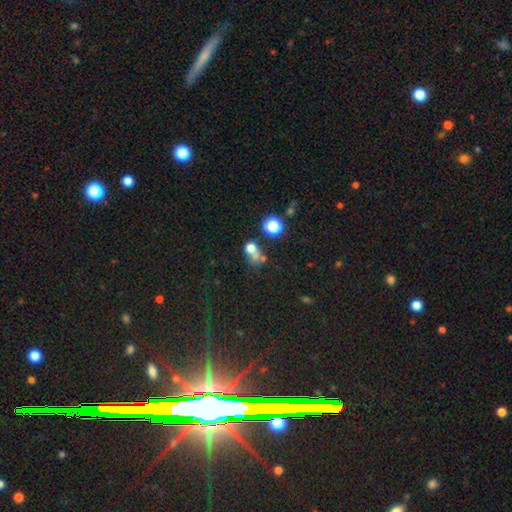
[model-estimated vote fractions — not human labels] The model was most divided on "merging": merger: 39%, none: 37%, minor disturbance: 13%, major disturbance: 11%. More confident: how rounded — round (69%); smooth or featured — smooth (63%).